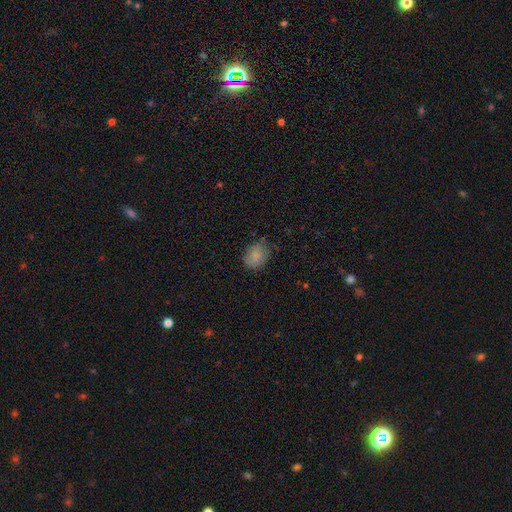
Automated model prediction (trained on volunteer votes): A smooth galaxy with no disk features (84%) that is in between round and cigar-shaped (50%).

Vote fractions:
- Smooth or featured? smooth: 84% / star or artifact: 9% / featured or disk: 7%
- How rounded? in between: 50% / round: 49% / cigar-shaped: 1%
- Merging? none: 73% / minor disturbance: 21% / major disturbance: 4% / merger: 2%